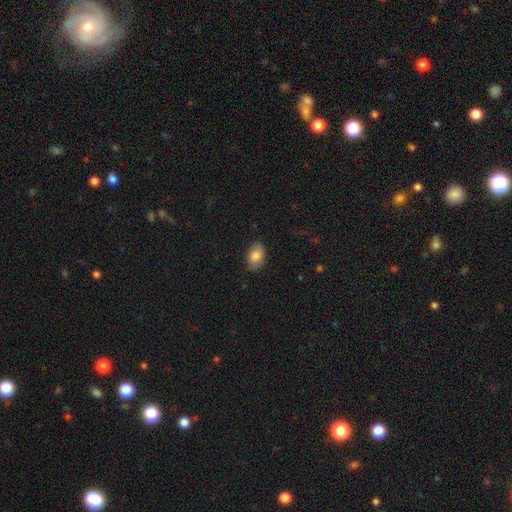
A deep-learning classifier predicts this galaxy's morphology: Smooth or featured? smooth (83%)
How rounded? in between (90%)
Merging? none (82%)